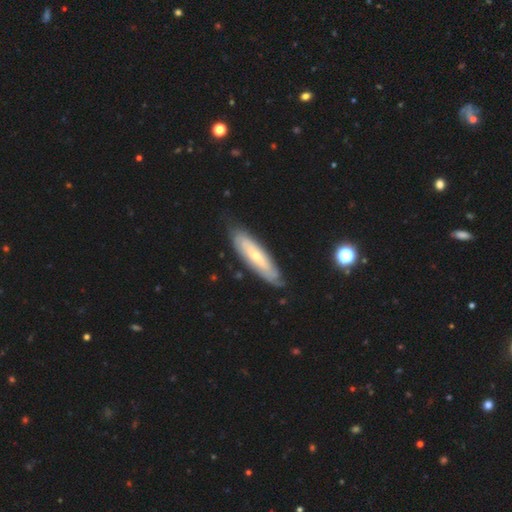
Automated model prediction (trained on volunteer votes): The model was most divided on "smooth or featured": featured or disk: 58%, smooth: 36%, star or artifact: 6%. More confident: merging — none (78%); edge-on disk — no (62%).